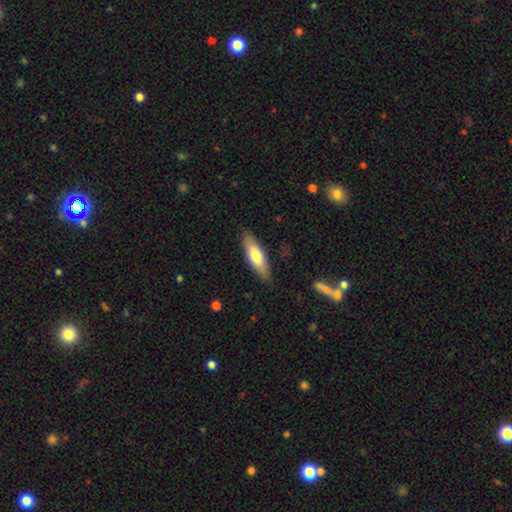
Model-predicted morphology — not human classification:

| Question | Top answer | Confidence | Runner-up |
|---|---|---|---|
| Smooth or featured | smooth | 67% | featured or disk (27%) |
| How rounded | cigar-shaped | 52% | in between (47%) |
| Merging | none | 85% | minor disturbance (11%) |